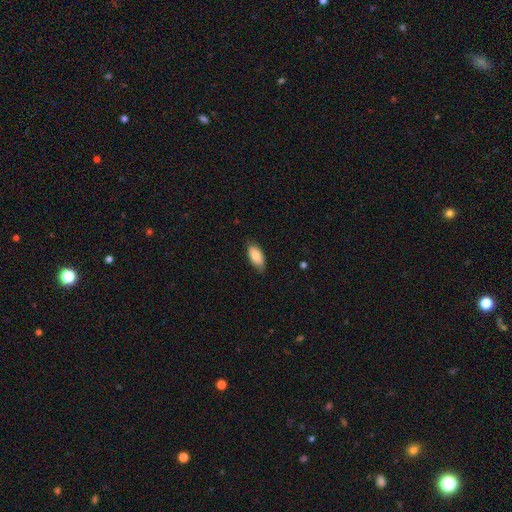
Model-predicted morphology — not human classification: Smooth or featured? Predicted: smooth (p=0.82). How rounded? Predicted: in between (p=0.90). Merging? Predicted: none (p=0.71).